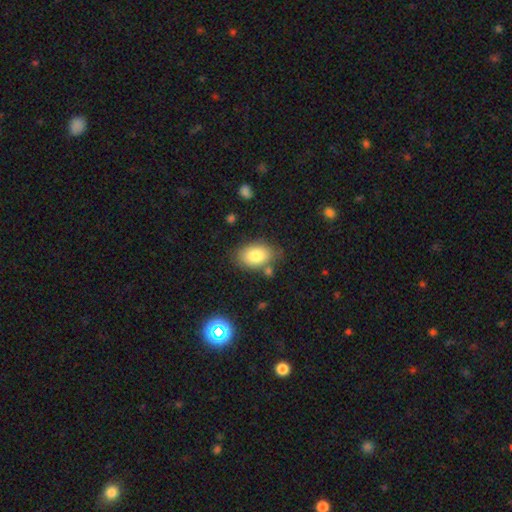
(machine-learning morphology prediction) Smooth or featured?
  - smooth: 81% *
  - featured or disk: 11%
  - star or artifact: 8%
How rounded?
  - in between: 88% *
  - round: 11%
  - cigar-shaped: 1%
Merging?
  - none: 74% *
  - minor disturbance: 16%
  - merger: 6%
  - major disturbance: 4%